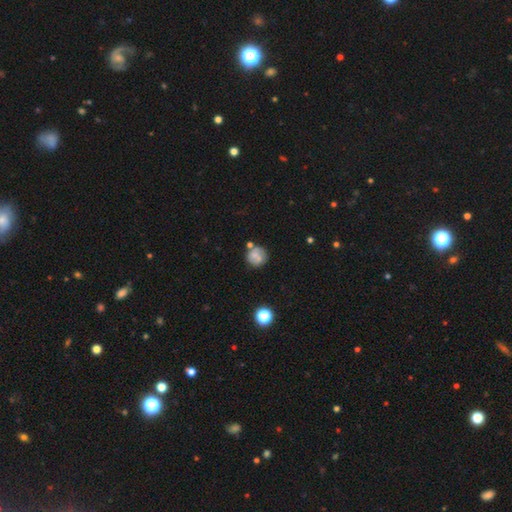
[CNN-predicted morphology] This appears to be a smooth galaxy with no disk features (59%) that is round (87%). Merging: none (62%).